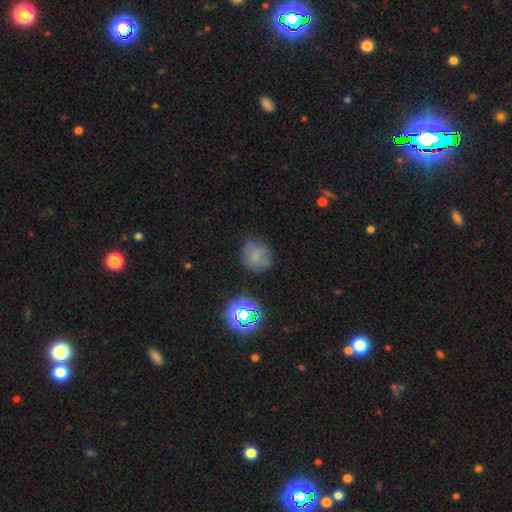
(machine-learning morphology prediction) This is likely a smooth galaxy (67%). How rounded: clearly round (84%). Merging: likely none (72%).